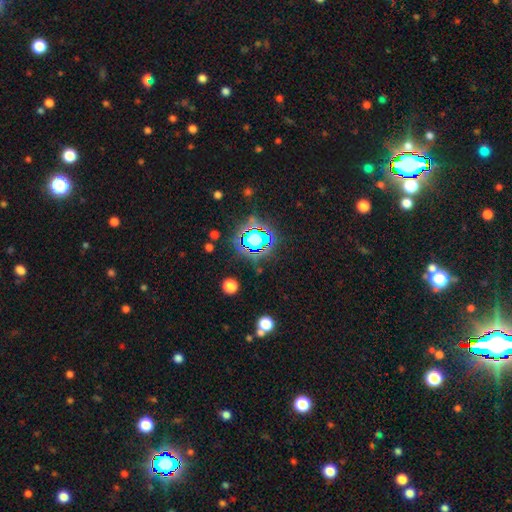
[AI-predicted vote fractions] Morphology: type=star or artifact (75%).